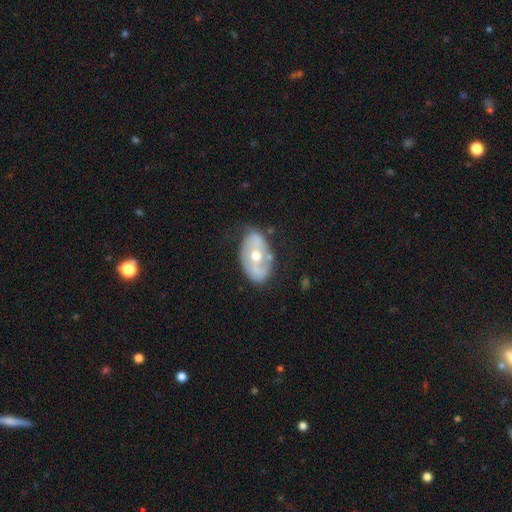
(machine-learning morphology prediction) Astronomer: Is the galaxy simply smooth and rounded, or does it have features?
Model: featured or disk — 65%.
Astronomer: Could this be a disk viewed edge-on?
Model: no — 93%.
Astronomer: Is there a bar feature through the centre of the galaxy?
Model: no — 57%.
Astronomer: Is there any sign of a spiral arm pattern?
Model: yes — 51% (runner-up: no, 49%).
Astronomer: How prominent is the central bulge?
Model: moderate — 71%.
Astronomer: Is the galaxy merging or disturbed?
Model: none — 67%.